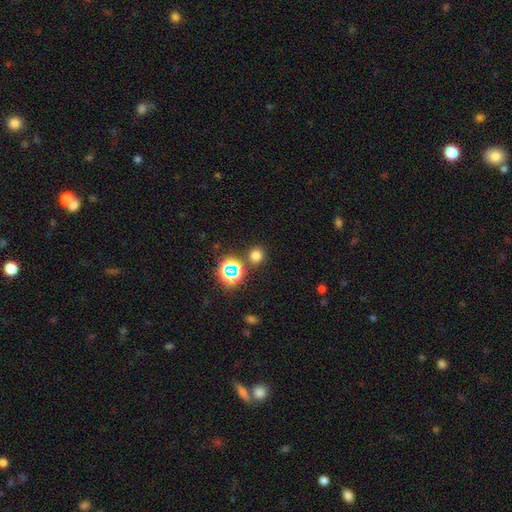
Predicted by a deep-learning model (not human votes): This appears to be a smooth galaxy with no disk features (70%) that is round (87%). Merging: none (84%).